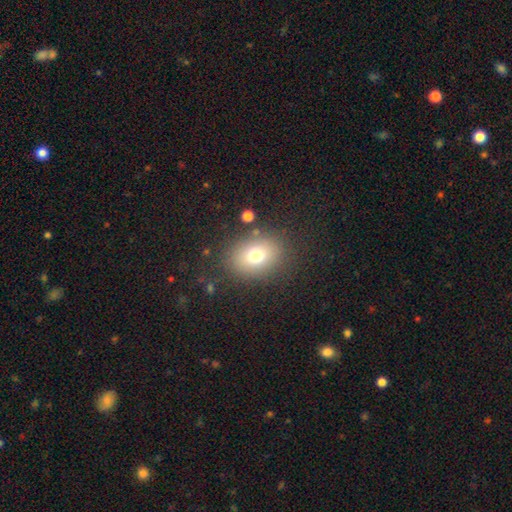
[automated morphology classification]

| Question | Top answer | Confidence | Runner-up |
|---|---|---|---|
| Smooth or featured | smooth | 73% | star or artifact (14%) |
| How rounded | in between | 56% | round (43%) |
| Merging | none | 82% | minor disturbance (10%) |